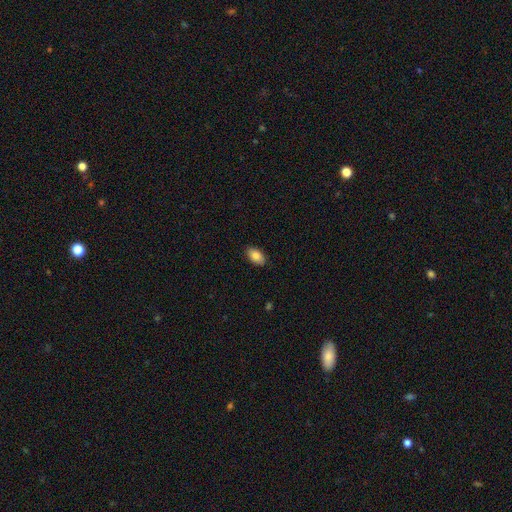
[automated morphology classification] Smooth or featured? Predicted: smooth (p=0.83). How rounded? Predicted: in between (p=0.93). Merging? Predicted: none (p=0.88).